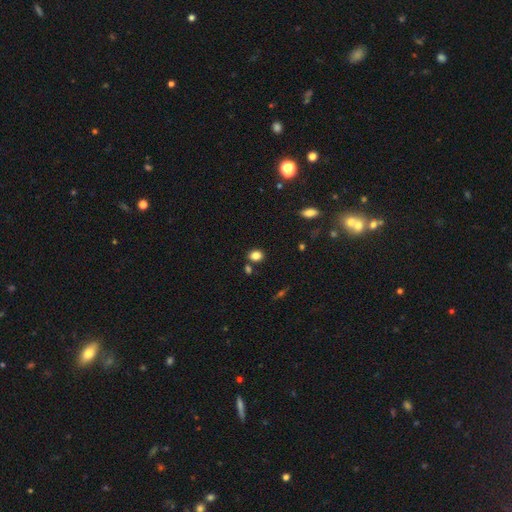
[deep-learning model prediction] A smooth galaxy with no disk features (83%) that is round (50%). Merging: none (78%).